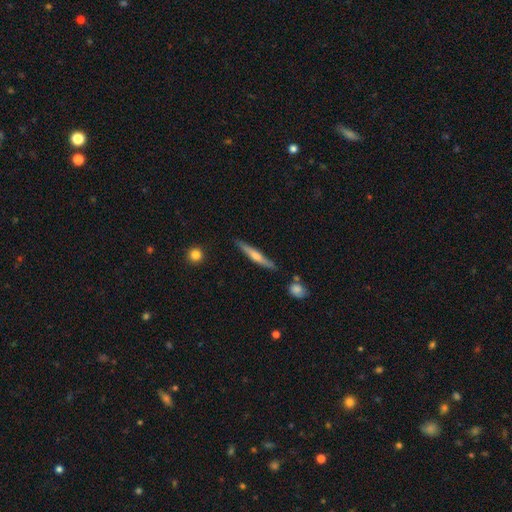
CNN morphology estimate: Overall: featured or disk (50%; smooth 45%). Merging: none (85%).